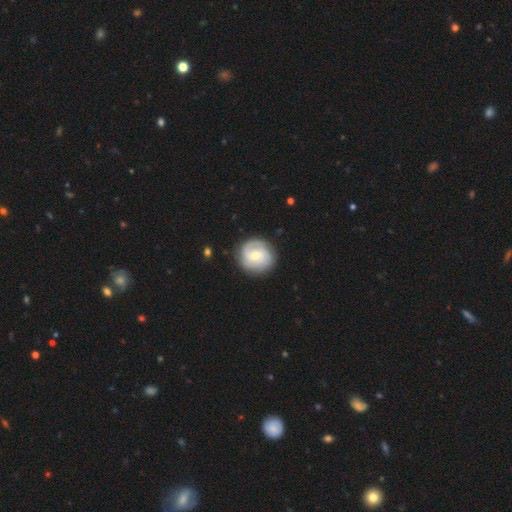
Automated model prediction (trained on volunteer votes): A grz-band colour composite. It shows a featured or disk galaxy (74%) with no bar (50%), 2 (40%) tight (57%) spiral arms (93%) and a small central bulge (48%, tied with moderate). Merging: none (84%).